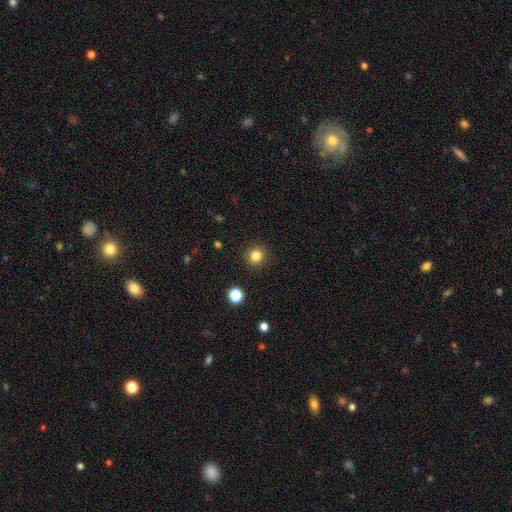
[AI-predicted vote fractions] Smooth or featured? smooth (83%)
How rounded? round (92%)
Merging? none (92%)